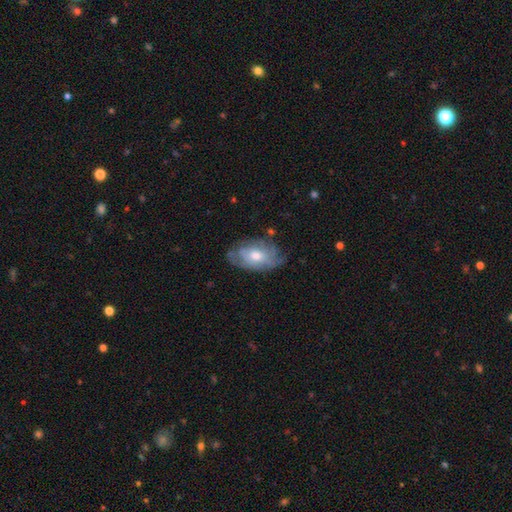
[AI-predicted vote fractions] The model was most divided on "smooth or featured": featured or disk: 59%, smooth: 34%, star or artifact: 7%. More confident: edge-on disk — no (92%); bar — no (78%); spiral arms — yes (69%); bulge size — moderate (69%); merging — none (65%).